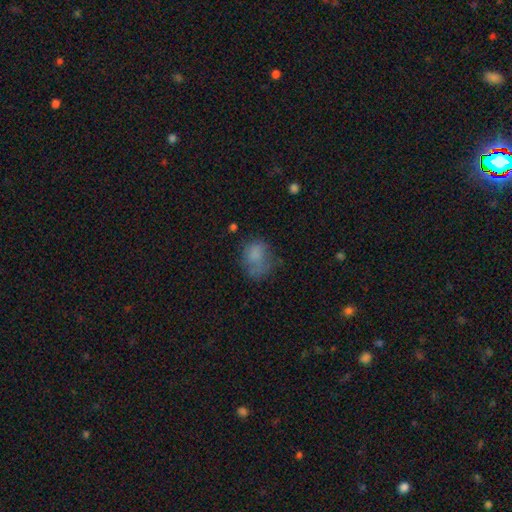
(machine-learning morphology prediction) A smooth galaxy with no disk features (72%) that is in between round and cigar-shaped (52%). Merging: none (44%).